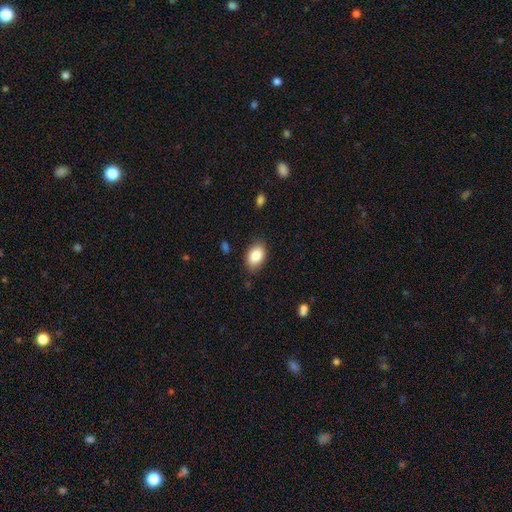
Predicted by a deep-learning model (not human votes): Overall: smooth (86%). How rounded: in between (87%). Merging: none (83%).